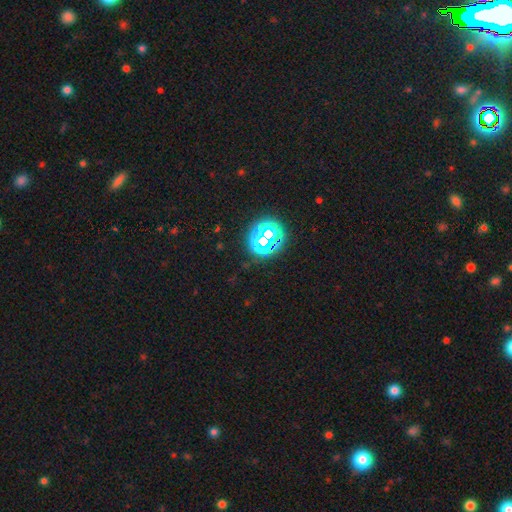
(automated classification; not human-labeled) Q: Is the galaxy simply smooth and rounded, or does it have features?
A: star or artifact — 68%.